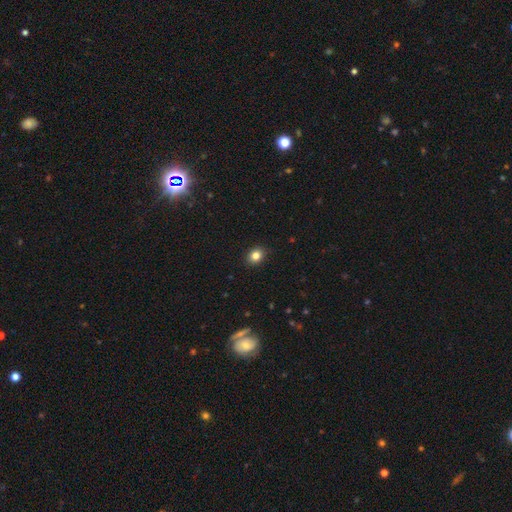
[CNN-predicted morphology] Q: Smooth or featured?
A: smooth (83%); runner-up: star or artifact (11%)
Q: How rounded?
A: round (59%); runner-up: in between (40%)
Q: Merging?
A: none (90%); runner-up: minor disturbance (7%)